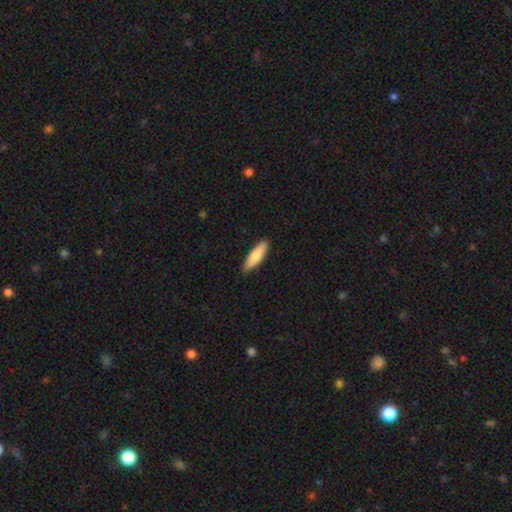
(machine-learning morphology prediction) A smooth galaxy with no disk features (80%) that is cigar-shaped (55%). Merging: none (89%).